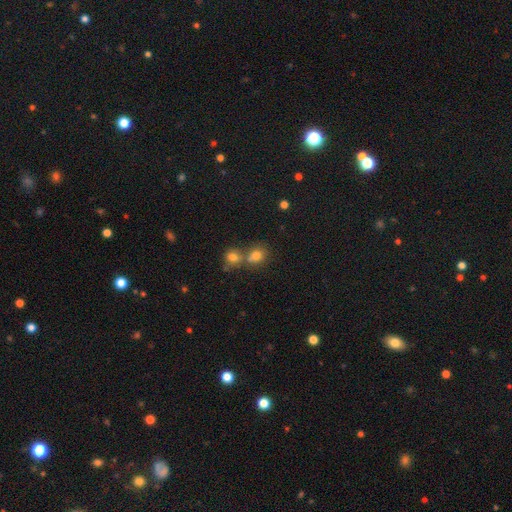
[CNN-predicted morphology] smooth-or-featured: smooth: 77% | star or artifact: 13% | featured or disk: 10%
  how-rounded: round: 66% | in between: 33% | cigar-shaped: 1%
  merging: merger: 51% | none: 38% | minor disturbance: 8% | major disturbance: 3%